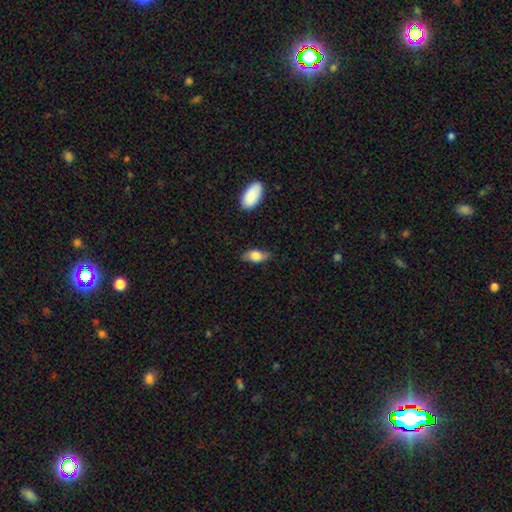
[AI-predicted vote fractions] Smooth or featured? Predicted: smooth (p=0.74). How rounded? Predicted: in between (p=0.85). Merging? Predicted: none (p=0.73).